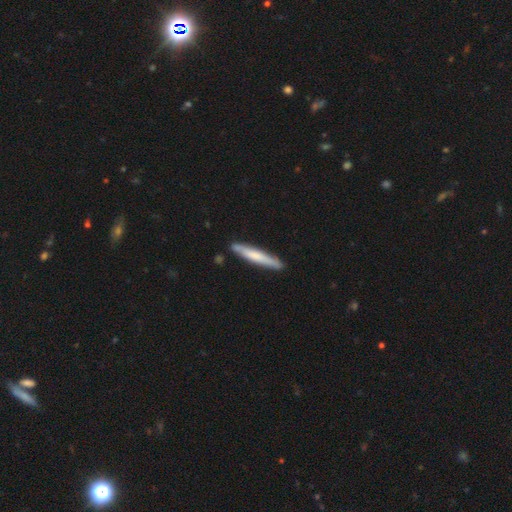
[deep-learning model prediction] Smooth or featured? Predicted: smooth (p=0.60). How rounded? Predicted: cigar-shaped (p=0.95). Merging? Predicted: none (p=0.85).